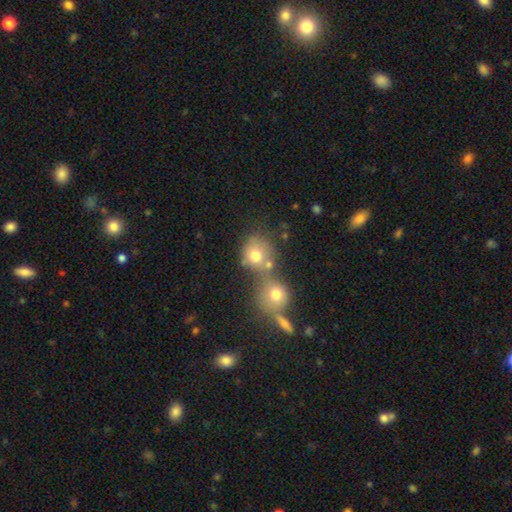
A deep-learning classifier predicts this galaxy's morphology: Overall: smooth (72%). How rounded: round (79%). Merging: merger (55%; none 33%).